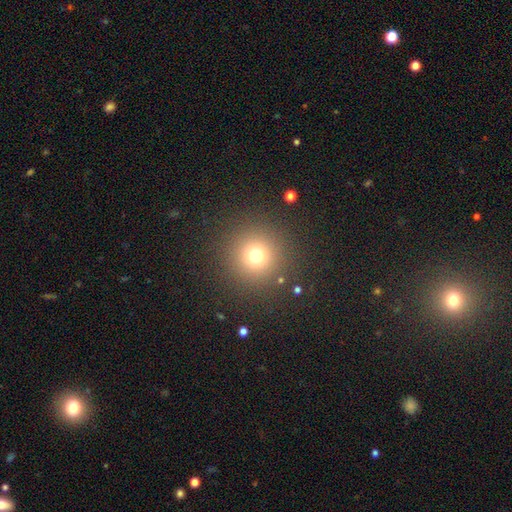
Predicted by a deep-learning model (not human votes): smooth_or_featured: smooth (p=0.72) [alt: star or artifact p=0.20]
how_rounded: round (p=0.96) [alt: in between p=0.03]
merging: none (p=0.89) [alt: minor disturbance p=0.06]